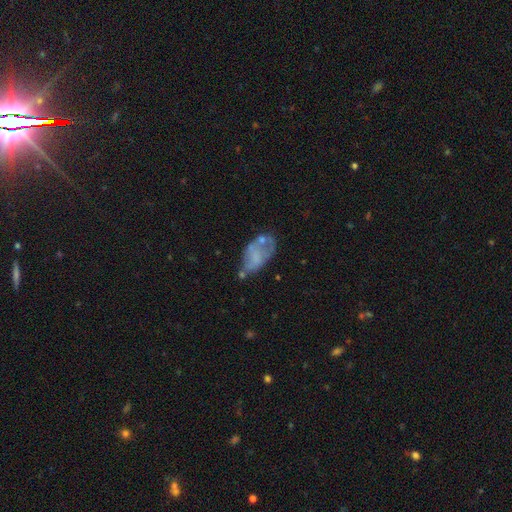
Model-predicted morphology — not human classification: A featured or disk galaxy (47%). Merging: none (36%).